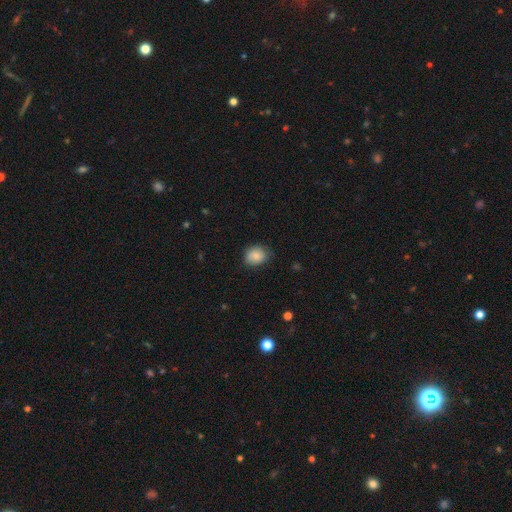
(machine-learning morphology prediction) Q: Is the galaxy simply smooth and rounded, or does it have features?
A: smooth — 84%.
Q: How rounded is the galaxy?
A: round — 53%.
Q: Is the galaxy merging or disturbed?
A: none — 73%.